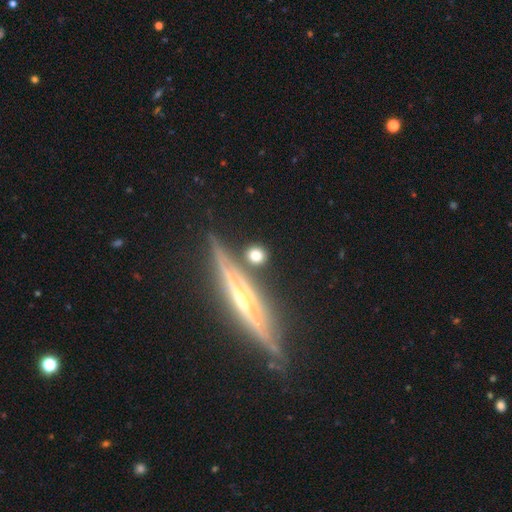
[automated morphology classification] The model was most divided on "smooth or featured": smooth: 66%, featured or disk: 21%, star or artifact: 13%. More confident: merging — none (82%); how rounded — round (78%).